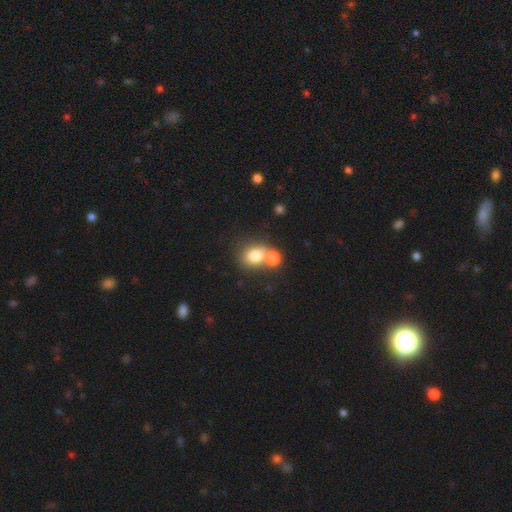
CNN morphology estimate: type=smooth (78%); roundness=round (60%); merging=merger (51%).